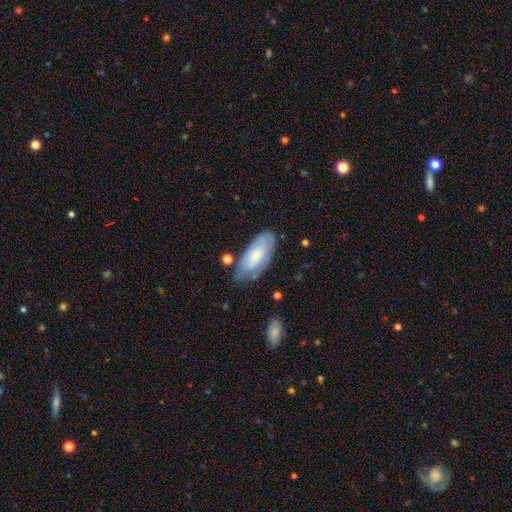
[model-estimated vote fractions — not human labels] smooth-or-featured: smooth: 70% | featured or disk: 24% | star or artifact: 6%
  how-rounded: in between: 89% | cigar-shaped: 9% | round: 2%
  merging: none: 66% | minor disturbance: 24% | major disturbance: 6% | merger: 4%